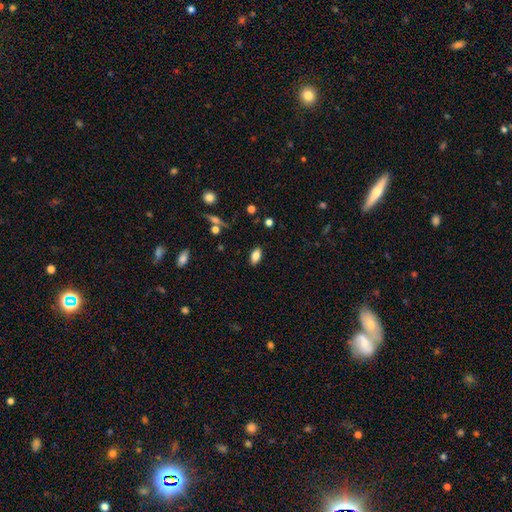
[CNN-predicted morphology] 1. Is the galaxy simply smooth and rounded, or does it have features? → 78% smooth, 13% featured or disk, 9% star or artifact.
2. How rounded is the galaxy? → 89% in between, 6% cigar-shaped, 5% round.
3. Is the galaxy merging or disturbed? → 87% none, 9% minor disturbance, 2% major disturbance, 1% merger.